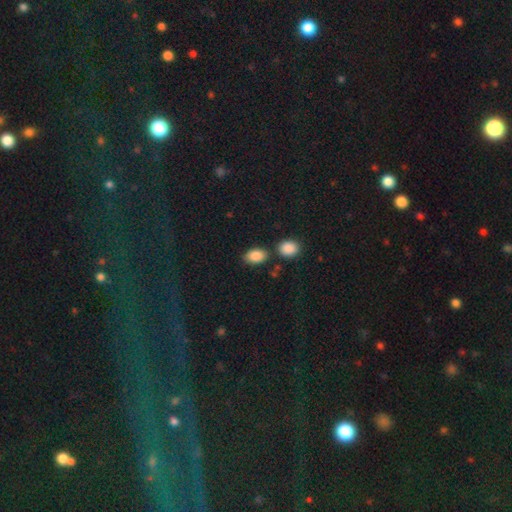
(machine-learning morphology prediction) Smooth or featured? smooth (87%)
How rounded? in between (86%)
Merging? none (75%)